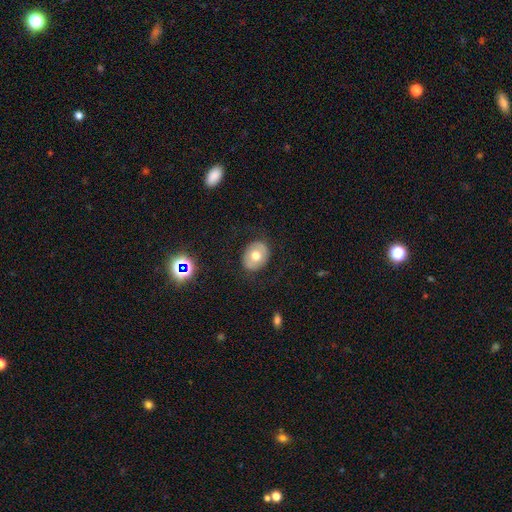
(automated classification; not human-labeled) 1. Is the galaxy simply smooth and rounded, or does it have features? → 66% smooth, 25% featured or disk, 9% star or artifact.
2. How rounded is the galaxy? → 53% round, 46% in between, 1% cigar-shaped.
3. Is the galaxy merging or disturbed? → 83% none, 11% minor disturbance, 4% major disturbance, 1% merger.